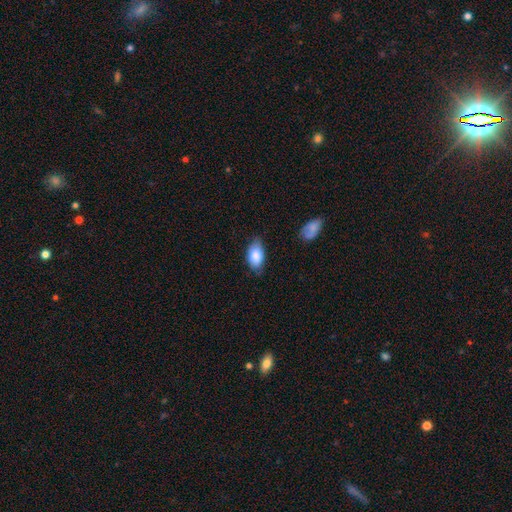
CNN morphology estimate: smooth_or_featured: smooth (p=0.81) [alt: featured or disk p=0.12]
how_rounded: in between (p=0.92) [alt: round p=0.05]
merging: none (p=0.69) [alt: minor disturbance p=0.25]